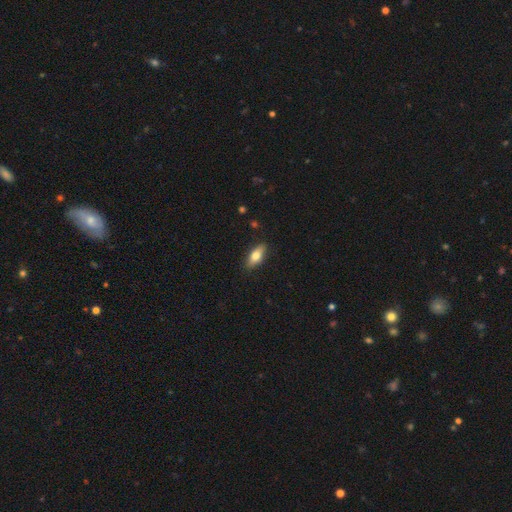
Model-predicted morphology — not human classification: Smooth or featured?
  - smooth: 74% *
  - featured or disk: 19%
  - star or artifact: 7%
How rounded?
  - in between: 79% *
  - cigar-shaped: 18%
  - round: 3%
Merging?
  - none: 87% *
  - minor disturbance: 10%
  - major disturbance: 2%
  - merger: 1%